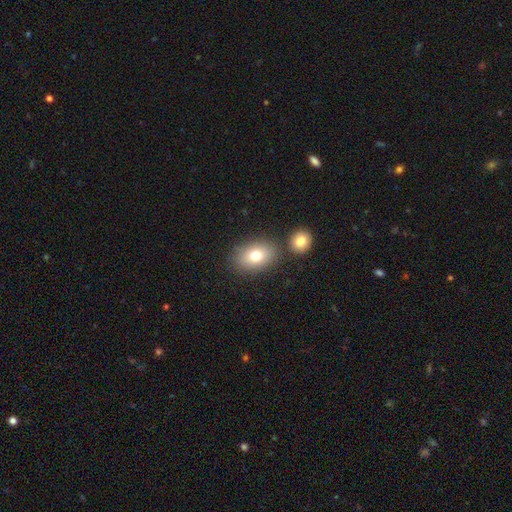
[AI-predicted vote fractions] Smooth or featured? smooth (77%)
How rounded? in between (78%)
Merging? none (73%)